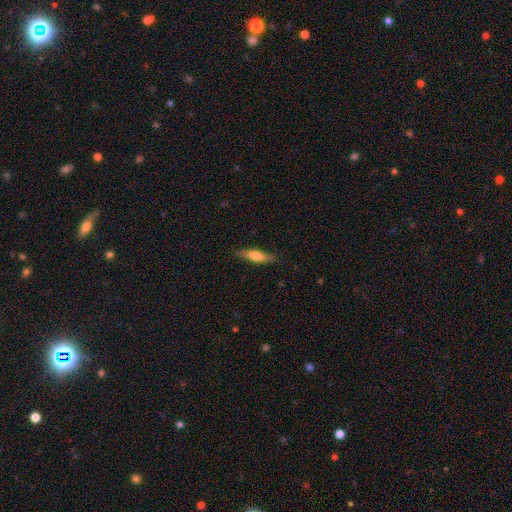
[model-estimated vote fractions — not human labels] Smooth or featured? smooth (64%)
How rounded? cigar-shaped (70%)
Merging? none (85%)